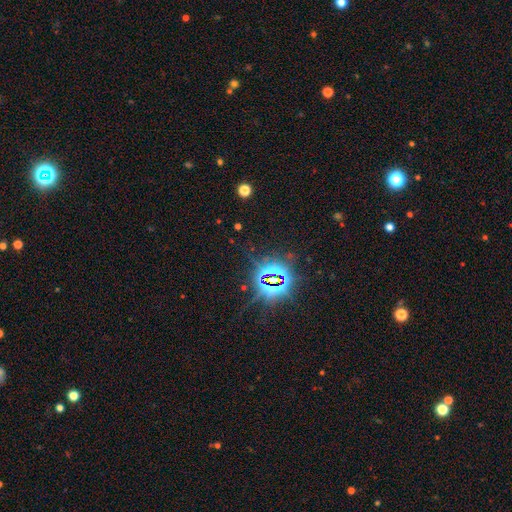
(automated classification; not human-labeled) Smooth or featured: star or artifact — 84% (smooth — 9%)